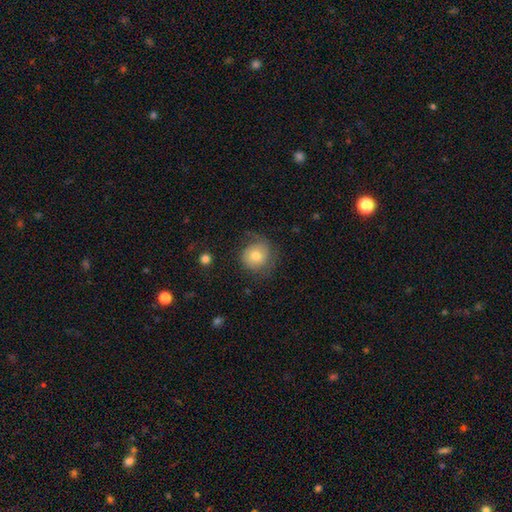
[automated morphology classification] The model was most divided on "smooth or featured": smooth: 63%, featured or disk: 28%, star or artifact: 8%. More confident: how rounded — round (85%); merging — none (61%).